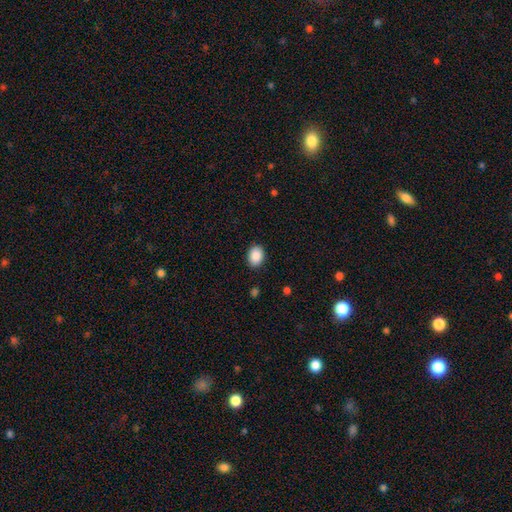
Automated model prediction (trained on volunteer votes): The model was most divided on "how rounded": in between: 69%, round: 31%, cigar-shaped: 1%. More confident: smooth or featured — smooth (89%); merging — none (89%).